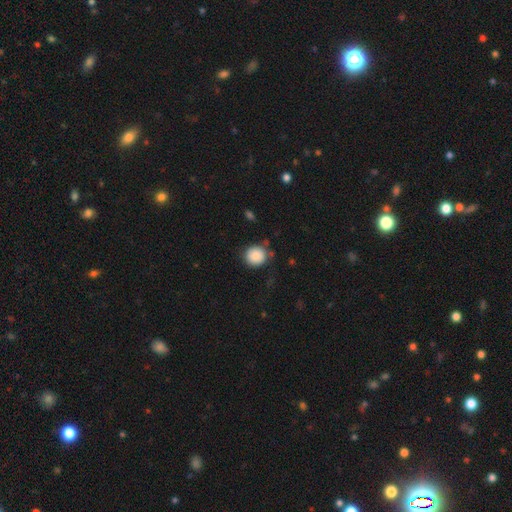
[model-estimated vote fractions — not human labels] Smooth or featured?
  - smooth: 87% *
  - star or artifact: 8%
  - featured or disk: 5%
How rounded?
  - round: 89% *
  - in between: 10%
  - cigar-shaped: 1%
Merging?
  - none: 79% *
  - minor disturbance: 14%
  - major disturbance: 5%
  - merger: 3%